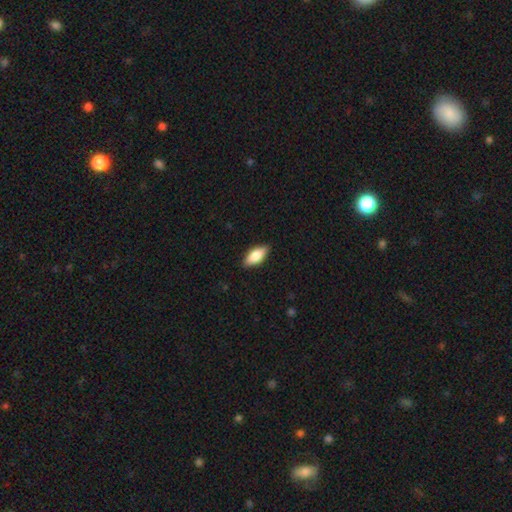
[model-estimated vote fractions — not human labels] Q: Smooth or featured?
A: smooth (76%); runner-up: featured or disk (18%)
Q: How rounded?
A: in between (83%); runner-up: cigar-shaped (14%)
Q: Merging?
A: none (87%); runner-up: minor disturbance (10%)